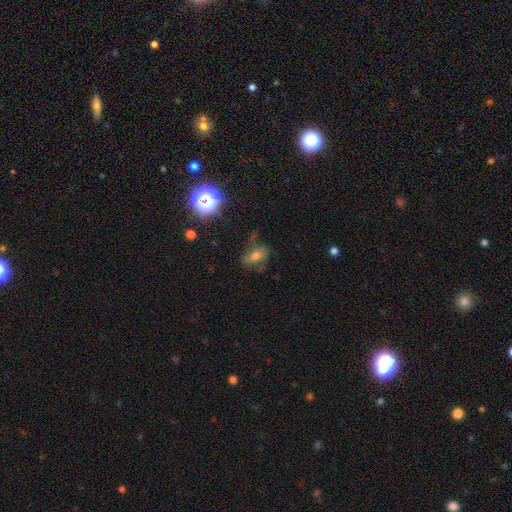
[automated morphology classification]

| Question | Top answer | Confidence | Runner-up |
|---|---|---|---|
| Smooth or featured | smooth | 56% | featured or disk (23%) |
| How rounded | in between | 77% | round (17%) |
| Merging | none | 62% | minor disturbance (22%) |